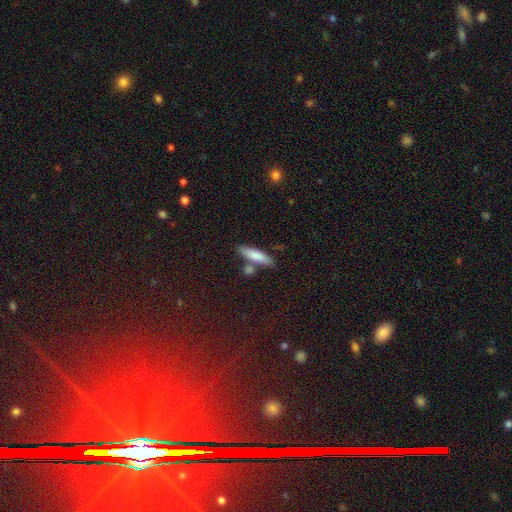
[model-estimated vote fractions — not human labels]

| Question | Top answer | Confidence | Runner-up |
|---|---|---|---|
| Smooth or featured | smooth | 79% | featured or disk (14%) |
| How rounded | cigar-shaped | 71% | in between (26%) |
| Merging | none | 72% | merger (13%) |